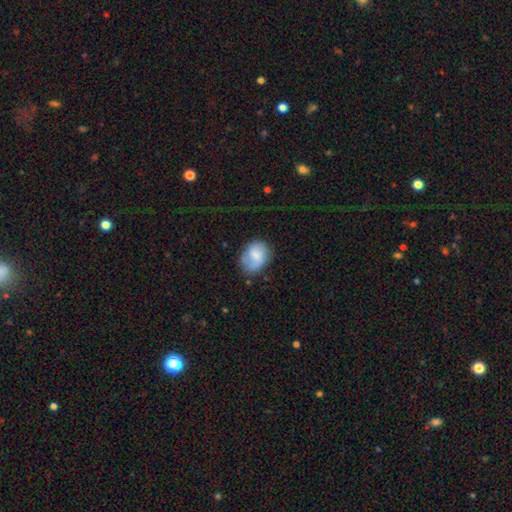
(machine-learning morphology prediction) A smooth galaxy with no disk features (70%) that is in between round and cigar-shaped (59%). Merging: none (60%).